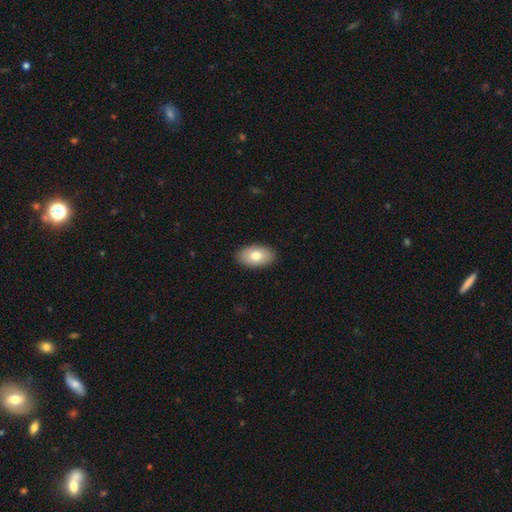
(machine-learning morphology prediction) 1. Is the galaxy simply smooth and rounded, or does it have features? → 79% smooth, 14% featured or disk, 6% star or artifact.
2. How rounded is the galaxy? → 94% in between, 5% round, 1% cigar-shaped.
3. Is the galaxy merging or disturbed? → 90% none, 8% minor disturbance, 2% major disturbance, 1% merger.